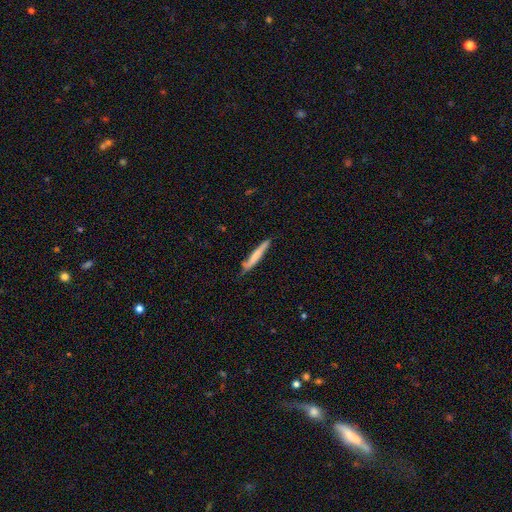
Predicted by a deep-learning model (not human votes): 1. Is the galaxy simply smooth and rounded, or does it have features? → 66% smooth, 29% featured or disk, 5% star or artifact.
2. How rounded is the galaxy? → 95% cigar-shaped, 4% in between, 1% round.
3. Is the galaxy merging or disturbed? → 73% none, 21% minor disturbance, 3% major disturbance, 3% merger.